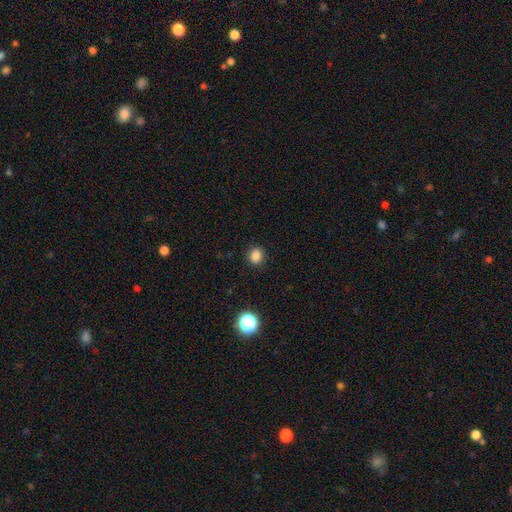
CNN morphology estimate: The model was most divided on "how rounded": round: 71%, in between: 28%, cigar-shaped: 1%. More confident: merging — none (89%); smooth or featured — smooth (84%).